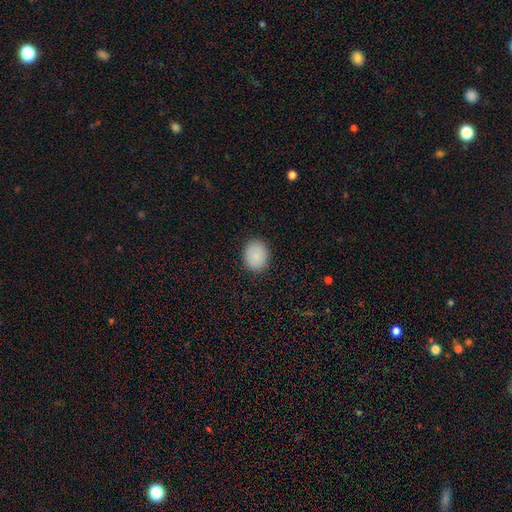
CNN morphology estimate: The model was most divided on "how rounded": round: 58%, in between: 41%, cigar-shaped: 1%. More confident: merging — none (89%); smooth or featured — smooth (88%).